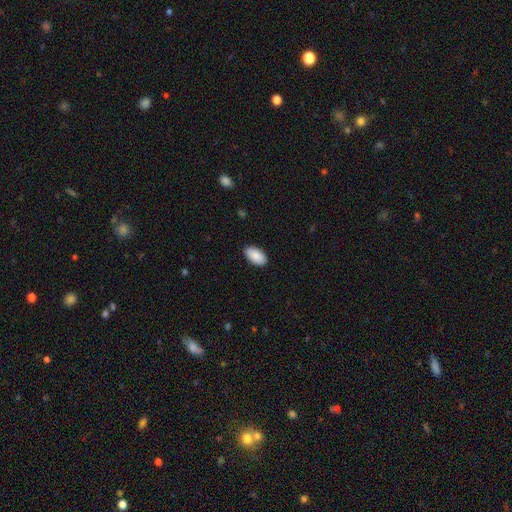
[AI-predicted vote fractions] Smooth or featured: smooth — 89% (star or artifact — 6%)
How rounded: in between — 96% (round — 3%)
Merging: none — 89% (minor disturbance — 8%)